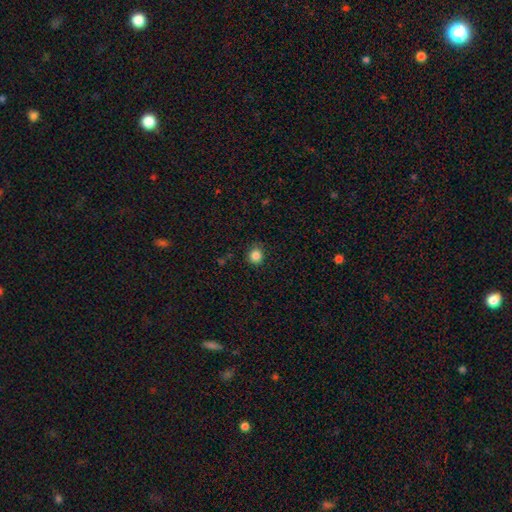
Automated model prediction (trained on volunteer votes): Smooth or featured? Predicted: smooth (p=0.85). How rounded? Predicted: round (p=0.88). Merging? Predicted: none (p=0.87).